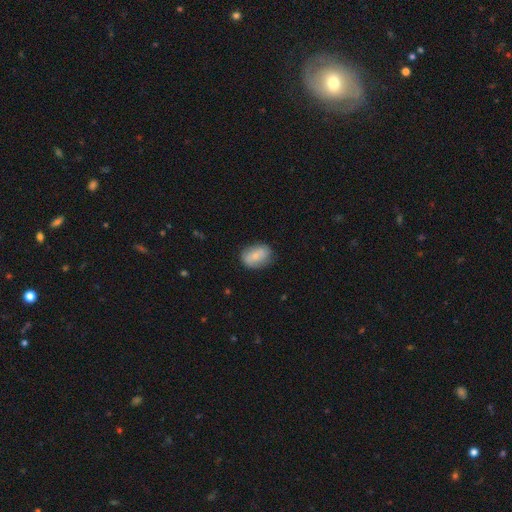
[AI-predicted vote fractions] smooth_or_featured: smooth (p=0.73) [alt: featured or disk p=0.20]
how_rounded: in between (p=0.82) [alt: round p=0.16]
merging: none (p=0.74) [alt: minor disturbance p=0.20]